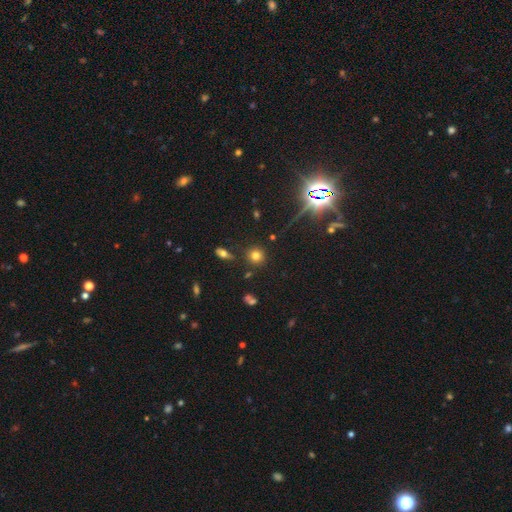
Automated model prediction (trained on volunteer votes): The model was most divided on "smooth or featured": smooth: 73%, star or artifact: 18%, featured or disk: 9%. More confident: how rounded — round (91%); merging — none (84%).